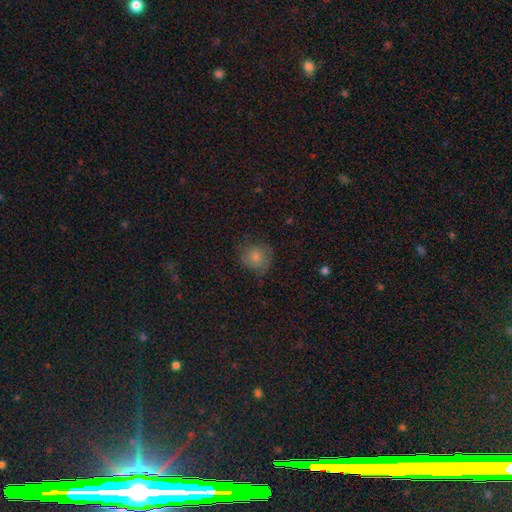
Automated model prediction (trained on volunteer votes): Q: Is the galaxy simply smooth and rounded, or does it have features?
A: smooth — 61%.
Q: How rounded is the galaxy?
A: round — 84%.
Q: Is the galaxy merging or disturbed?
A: none — 70%.